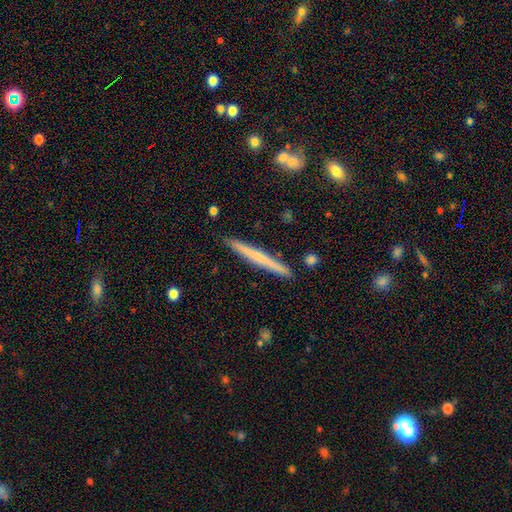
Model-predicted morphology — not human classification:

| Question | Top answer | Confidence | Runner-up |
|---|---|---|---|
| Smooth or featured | smooth | 50% | featured or disk (43%) |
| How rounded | cigar-shaped | 97% | in between (2%) |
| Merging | none | 91% | minor disturbance (6%) |